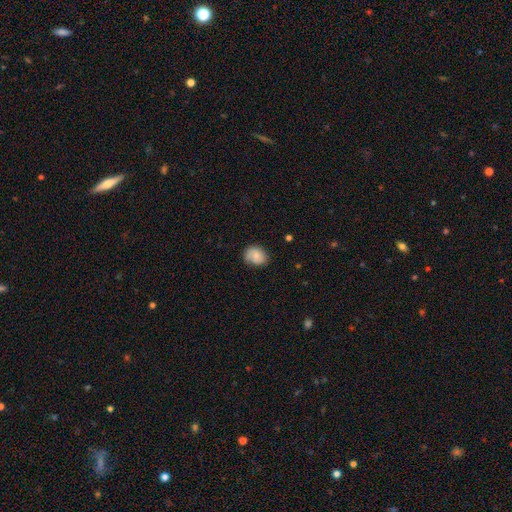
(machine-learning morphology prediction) Smooth or featured? smooth (67%)
How rounded? in between (51%)
Merging? none (69%)